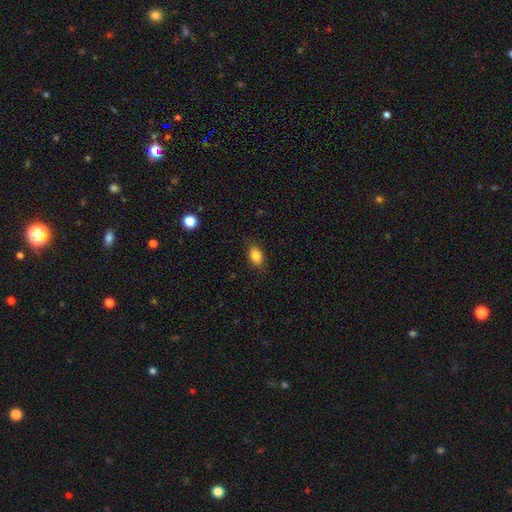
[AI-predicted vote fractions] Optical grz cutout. It shows a smooth galaxy with no disk features (85%) that is in between round and cigar-shaped (82%). Merging: none (82%).